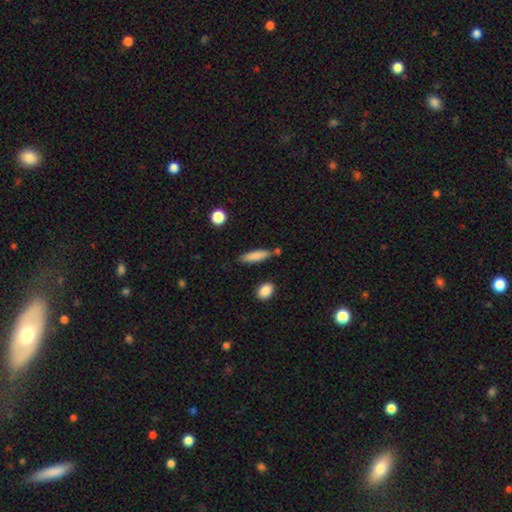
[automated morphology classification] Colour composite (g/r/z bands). It shows a smooth galaxy with no disk features (84%) that is cigar-shaped (67%). Merging: none (77%).